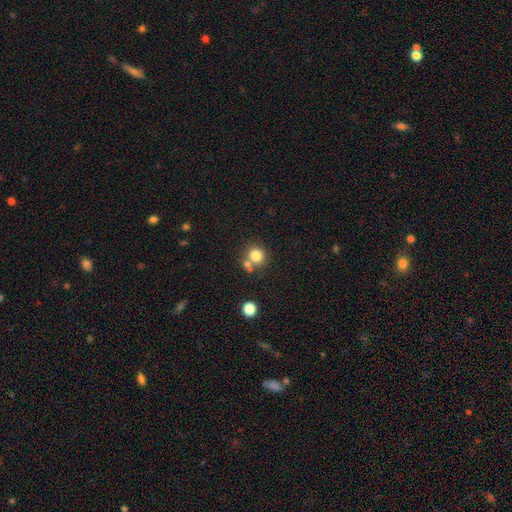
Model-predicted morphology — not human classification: Smooth or featured? smooth (80%)
How rounded? round (84%)
Merging? none (59%)